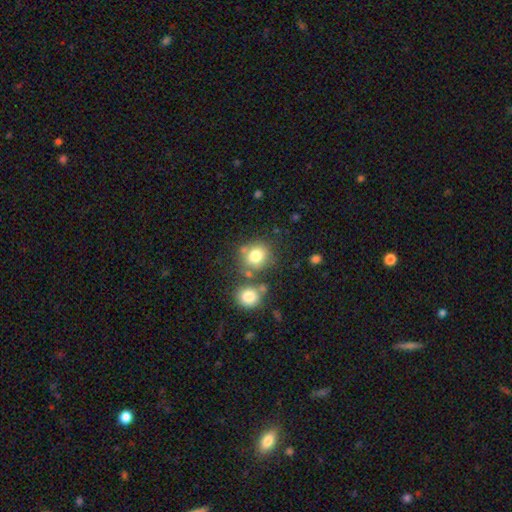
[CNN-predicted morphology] Smooth or featured?
  - smooth: 78% *
  - star or artifact: 11%
  - featured or disk: 11%
How rounded?
  - round: 82% *
  - in between: 17%
  - cigar-shaped: 1%
Merging?
  - none: 65% *
  - merger: 18%
  - minor disturbance: 12%
  - major disturbance: 5%